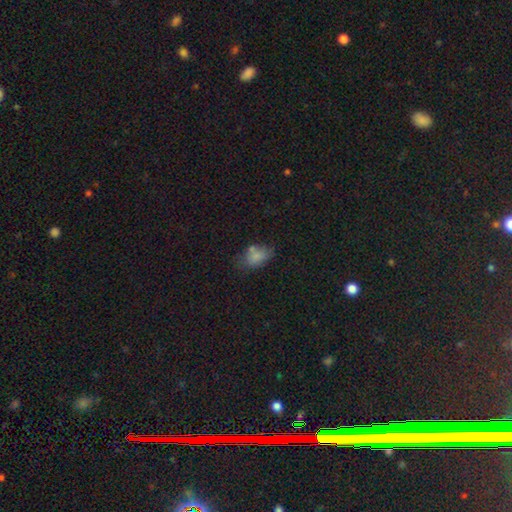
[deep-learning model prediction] The model was most divided on "merging": none: 48%, minor disturbance: 27%, merger: 12%, major disturbance: 12%. More confident: how rounded — in between (85%); smooth or featured — smooth (74%).